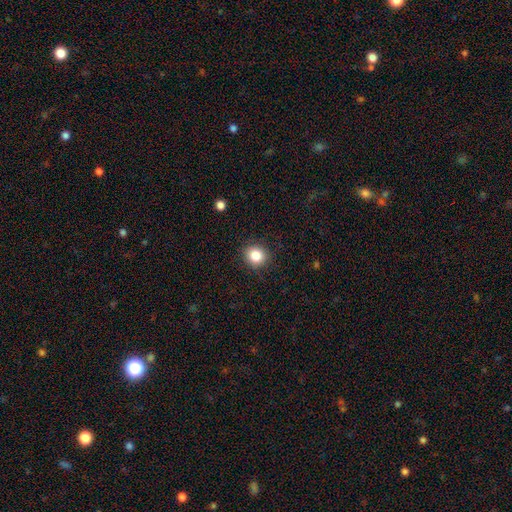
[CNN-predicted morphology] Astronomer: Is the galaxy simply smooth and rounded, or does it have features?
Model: smooth — 84%.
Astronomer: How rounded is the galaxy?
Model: round — 84%.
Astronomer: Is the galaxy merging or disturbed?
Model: none — 89%.